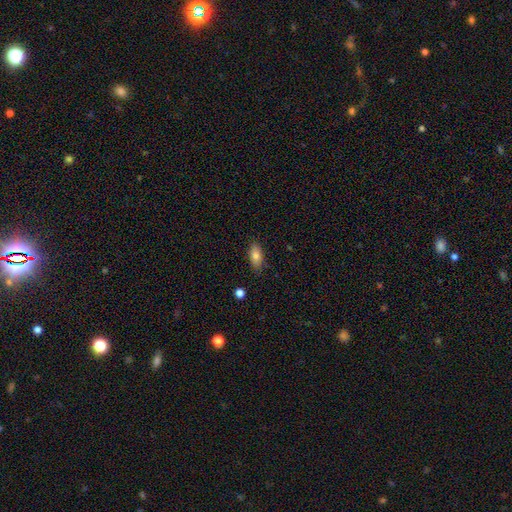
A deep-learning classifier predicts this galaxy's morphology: A smooth galaxy with no disk features (80%) that is in between round and cigar-shaped (86%).

Vote fractions:
- Smooth or featured? smooth: 80% / featured or disk: 12% / star or artifact: 8%
- How rounded? in between: 86% / cigar-shaped: 11% / round: 4%
- Merging? none: 84% / minor disturbance: 12% / major disturbance: 2% / merger: 2%